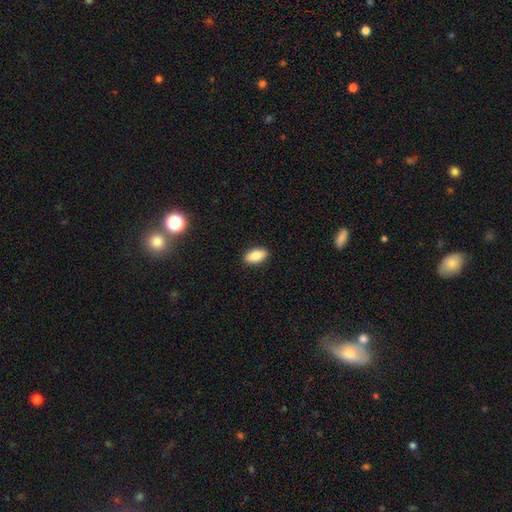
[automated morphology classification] This appears to be a smooth galaxy with no disk features (82%) that is in between round and cigar-shaped (90%). Merging: none (90%).